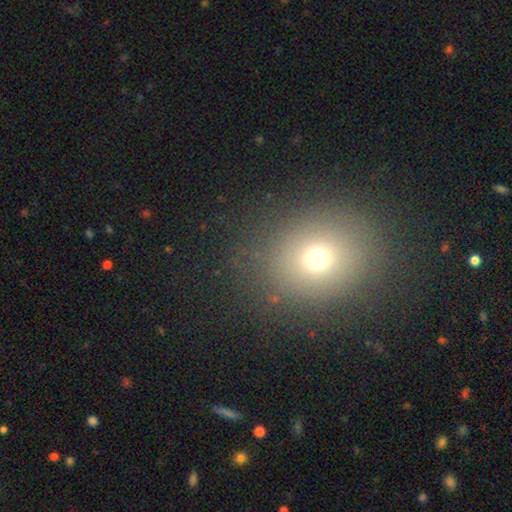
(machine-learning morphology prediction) smooth 67%, star or artifact 23%, featured or disk 10%. Down the decision tree: how rounded — round (66%); merging — none (88%).